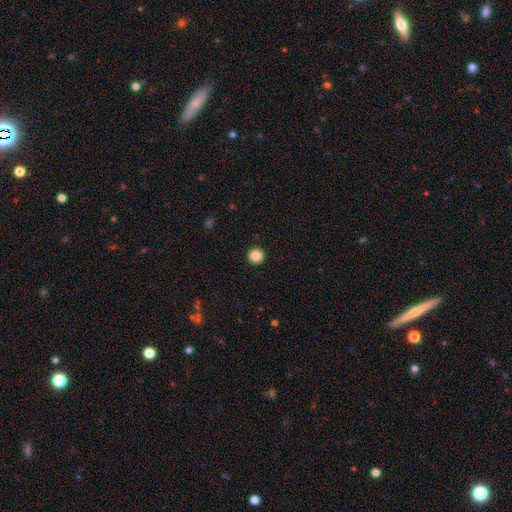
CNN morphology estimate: Q: Smooth or featured?
A: smooth (86%); runner-up: star or artifact (10%)
Q: How rounded?
A: round (96%); runner-up: in between (3%)
Q: Merging?
A: none (93%); runner-up: minor disturbance (4%)